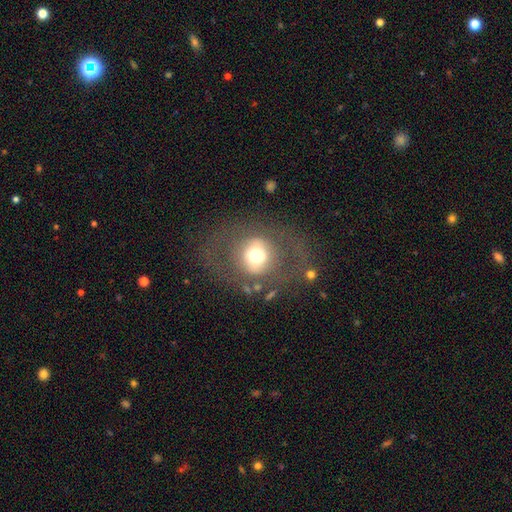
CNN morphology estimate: smooth_or_featured: smooth (p=0.53) [alt: featured or disk p=0.35]
how_rounded: round (p=0.78) [alt: in between p=0.21]
merging: none (p=0.68) [alt: major disturbance p=0.15]